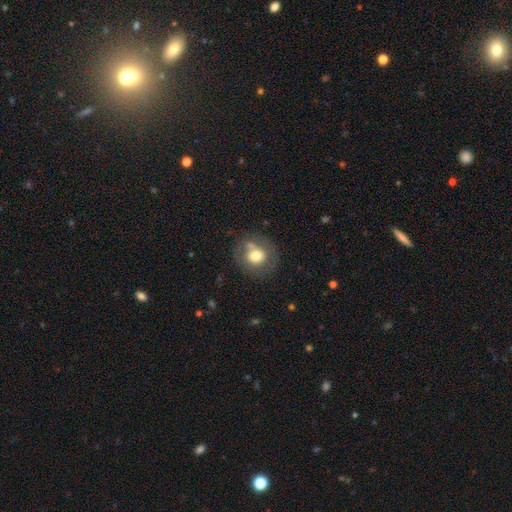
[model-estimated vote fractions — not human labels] Smooth or featured? smooth (68%)
How rounded? round (79%)
Merging? none (64%)